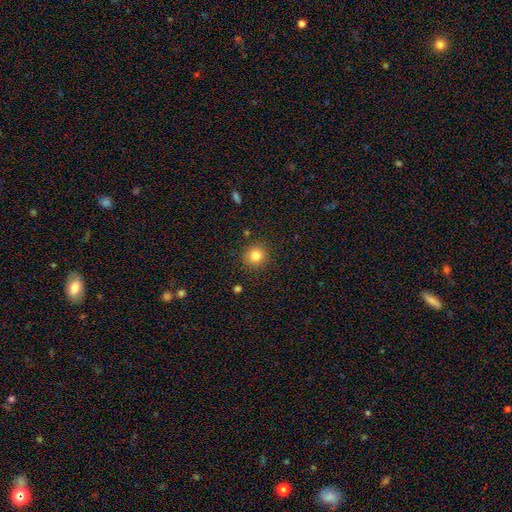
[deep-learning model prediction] Smooth or featured?
  - smooth: 83% *
  - star or artifact: 11%
  - featured or disk: 6%
How rounded?
  - round: 89% *
  - in between: 10%
  - cigar-shaped: 1%
Merging?
  - none: 88% *
  - minor disturbance: 8%
  - major disturbance: 3%
  - merger: 2%